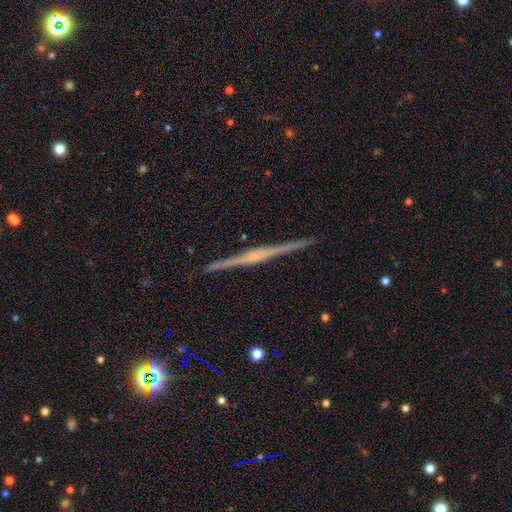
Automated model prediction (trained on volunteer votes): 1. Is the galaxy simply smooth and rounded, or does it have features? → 80% featured or disk, 14% smooth, 6% star or artifact.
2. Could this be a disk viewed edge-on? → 99% yes, 1% no.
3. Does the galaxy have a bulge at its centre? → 44% rounded, 37% none, 19% boxy.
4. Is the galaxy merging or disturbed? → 93% none, 5% minor disturbance, 1% major disturbance, 1% merger.